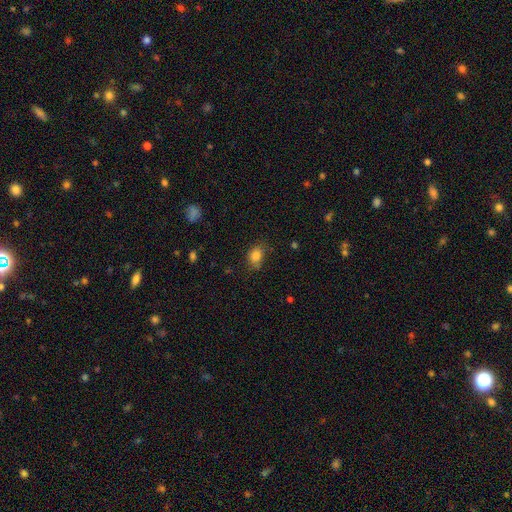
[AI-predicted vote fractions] A smooth galaxy with no disk features (83%) that is in between round and cigar-shaped (59%).

Vote fractions:
- Smooth or featured? smooth: 83% / star or artifact: 10% / featured or disk: 7%
- How rounded? in between: 59% / round: 40% / cigar-shaped: 1%
- Merging? none: 67% / minor disturbance: 25% / major disturbance: 7% / merger: 2%